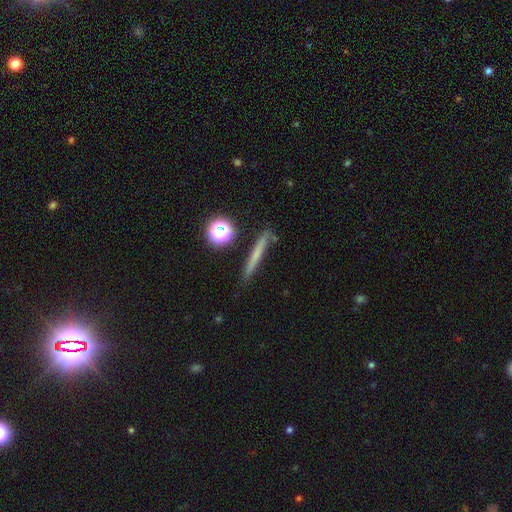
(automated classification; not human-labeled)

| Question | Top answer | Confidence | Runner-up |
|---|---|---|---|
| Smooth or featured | smooth | 59% | featured or disk (31%) |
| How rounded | cigar-shaped | 90% | round (6%) |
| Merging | none | 84% | minor disturbance (10%) |